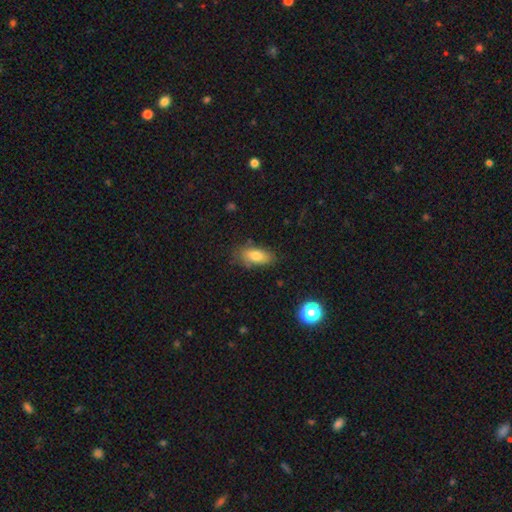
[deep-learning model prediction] A smooth galaxy with no disk features (79%) that is in between round and cigar-shaped (84%).

Vote fractions:
- Smooth or featured? smooth: 79% / featured or disk: 12% / star or artifact: 9%
- How rounded? in between: 84% / cigar-shaped: 11% / round: 4%
- Merging? none: 76% / minor disturbance: 18% / major disturbance: 4% / merger: 2%